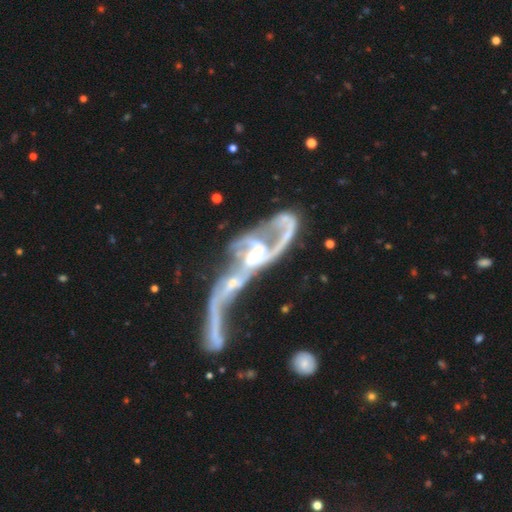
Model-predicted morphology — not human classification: The model was most divided on "spiral arm count": 2: 50%, can't tell: 22%, 1: 12%, 3: 8%, 4: 4%, more than 4: 4%. More confident: edge-on disk — no (94%); smooth or featured — featured or disk (83%); spiral arms — yes (81%); merging — merger (76%); spiral winding — loose (67%); bar — no (59%); bulge size — moderate (56%).